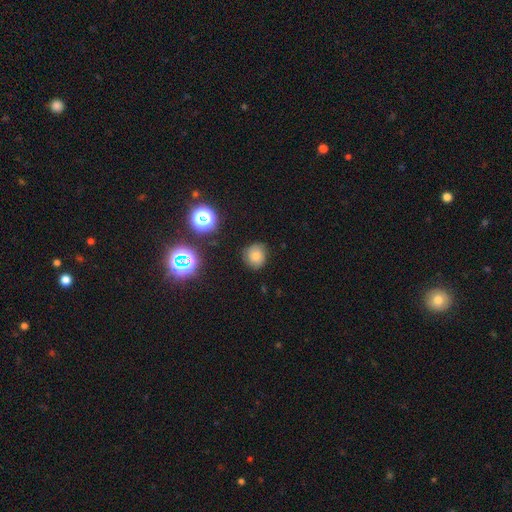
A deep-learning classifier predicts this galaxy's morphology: Smooth or featured? Predicted: smooth (p=0.74). How rounded? Predicted: round (p=0.83). Merging? Predicted: none (p=0.82).